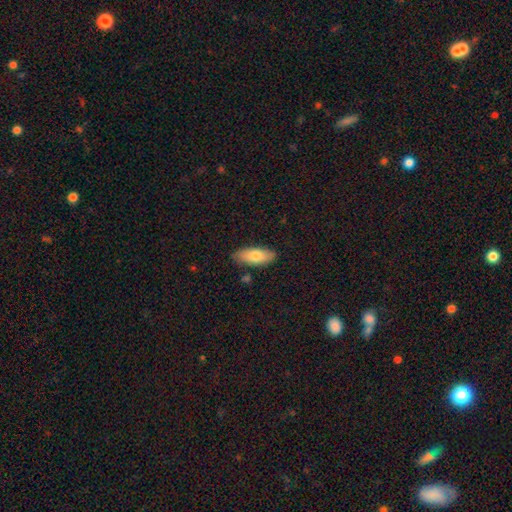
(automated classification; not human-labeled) This is likely a smooth galaxy (76%). How rounded: likely in between (77%). Merging: clearly none (83%).